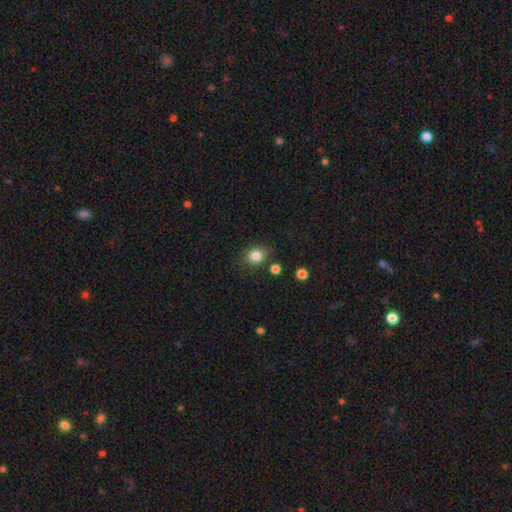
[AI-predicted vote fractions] Smooth or featured: smooth — 84% (star or artifact — 11%)
How rounded: round — 70% (in between — 29%)
Merging: none — 81% (minor disturbance — 11%)